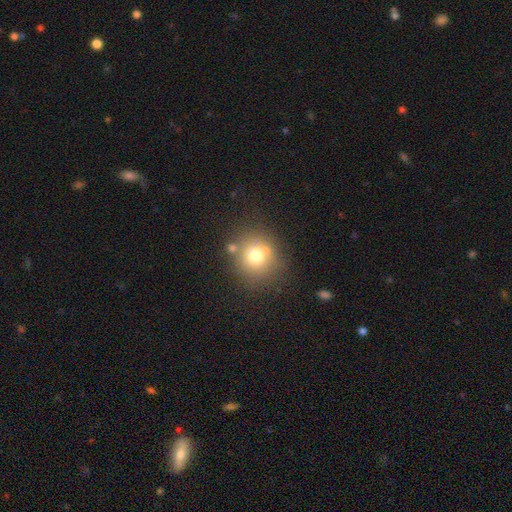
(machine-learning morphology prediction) Q: Smooth or featured?
A: smooth (72%); runner-up: featured or disk (14%)
Q: How rounded?
A: round (89%); runner-up: in between (10%)
Q: Merging?
A: none (71%); runner-up: minor disturbance (13%)